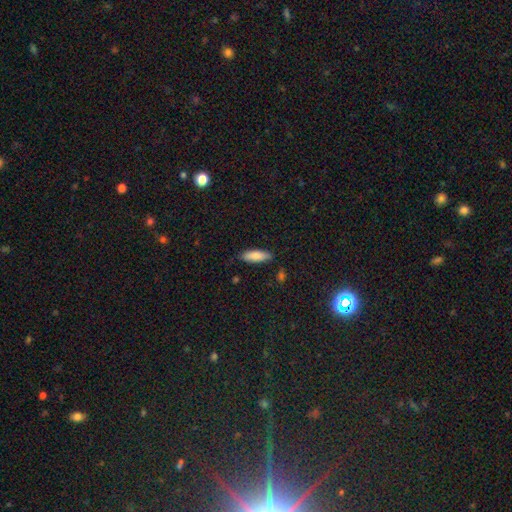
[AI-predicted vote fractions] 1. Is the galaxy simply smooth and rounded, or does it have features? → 85% smooth, 8% featured or disk, 6% star or artifact.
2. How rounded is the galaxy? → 61% in between, 38% cigar-shaped, 2% round.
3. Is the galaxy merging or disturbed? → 80% none, 15% minor disturbance, 3% major disturbance, 2% merger.